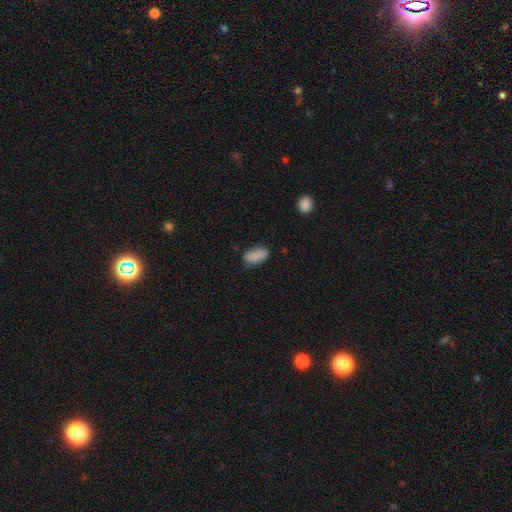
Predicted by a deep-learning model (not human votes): This appears to be a smooth galaxy with no disk features (88%) that is in between round and cigar-shaped (88%). Merging: none (78%).